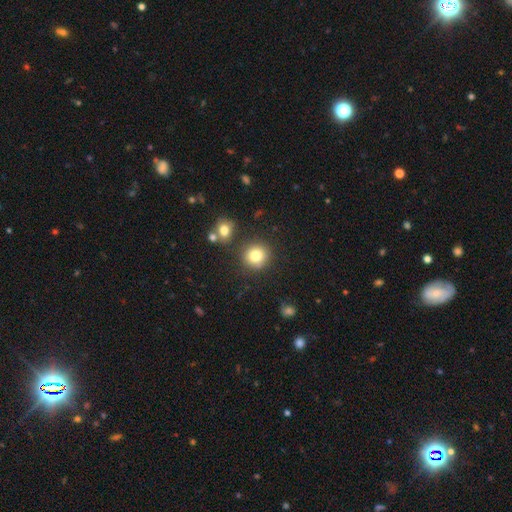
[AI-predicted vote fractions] Morphology: type=smooth (81%); roundness=round (89%); merging=none (81%).